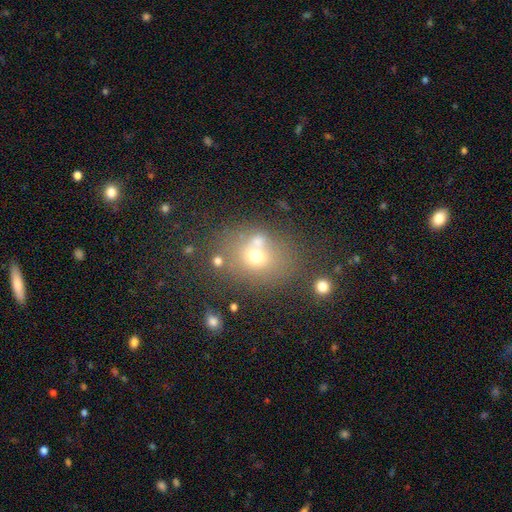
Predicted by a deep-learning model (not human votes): The model was most divided on "how rounded": round: 62%, in between: 37%, cigar-shaped: 1%. More confident: smooth or featured — smooth (60%); merging — none (52%).